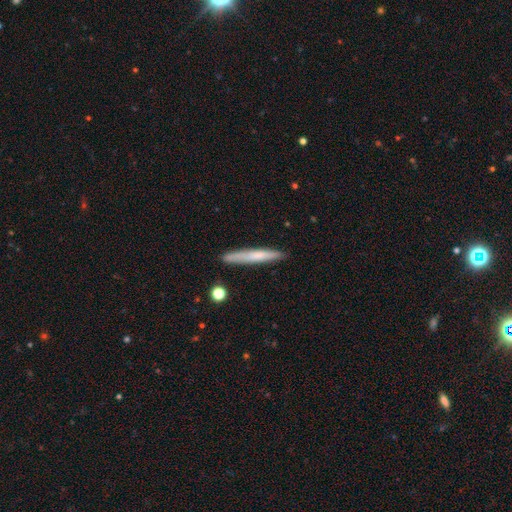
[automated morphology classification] Smooth or featured? Predicted: smooth (p=0.62). How rounded? Predicted: cigar-shaped (p=0.95). Merging? Predicted: none (p=0.86).